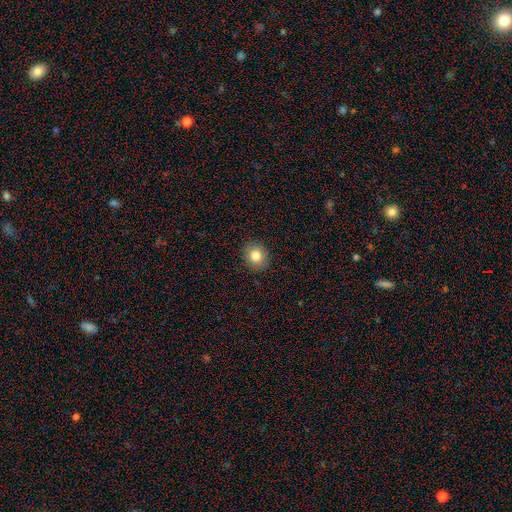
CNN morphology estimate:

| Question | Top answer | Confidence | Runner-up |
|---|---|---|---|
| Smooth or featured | smooth | 82% | star or artifact (10%) |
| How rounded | round | 76% | in between (23%) |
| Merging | none | 90% | minor disturbance (7%) |